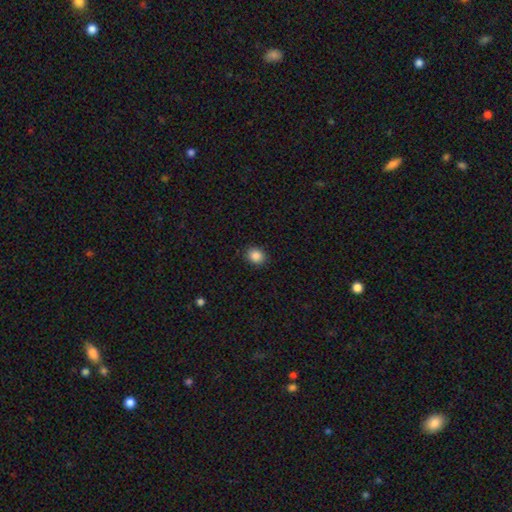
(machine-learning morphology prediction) This is clearly a smooth galaxy (87%). How rounded: likely round (66%). Merging: clearly none (90%).